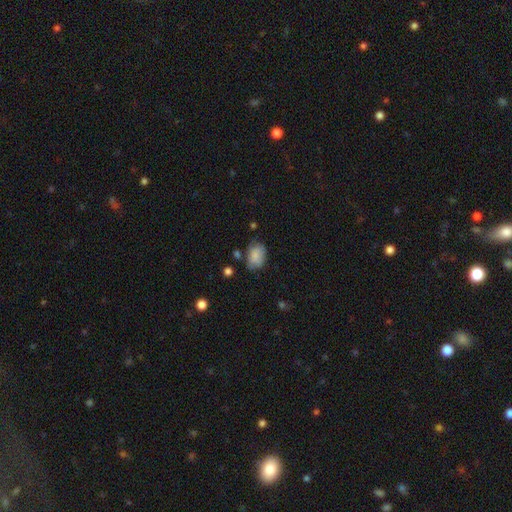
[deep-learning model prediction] Smooth or featured: smooth — 82% (featured or disk — 10%)
How rounded: in between — 77% (round — 22%)
Merging: none — 63% (minor disturbance — 26%)